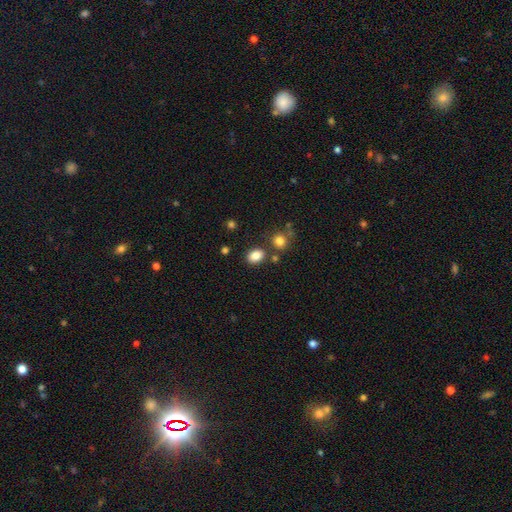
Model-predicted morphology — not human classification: Q: Smooth or featured?
A: smooth (84%); runner-up: star or artifact (10%)
Q: How rounded?
A: in between (68%); runner-up: round (30%)
Q: Merging?
A: none (77%); runner-up: minor disturbance (11%)